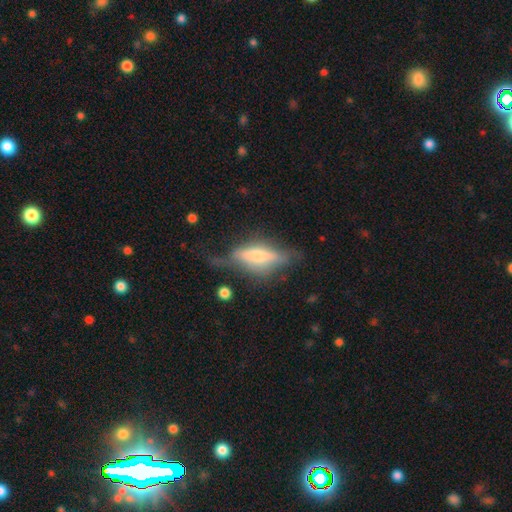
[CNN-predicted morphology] smooth_or_featured: featured or disk (p=0.58) [alt: smooth p=0.34]
disk_edge_on: yes (p=0.80) [alt: no p=0.20]
merging: none (p=0.48) [alt: minor disturbance p=0.27]